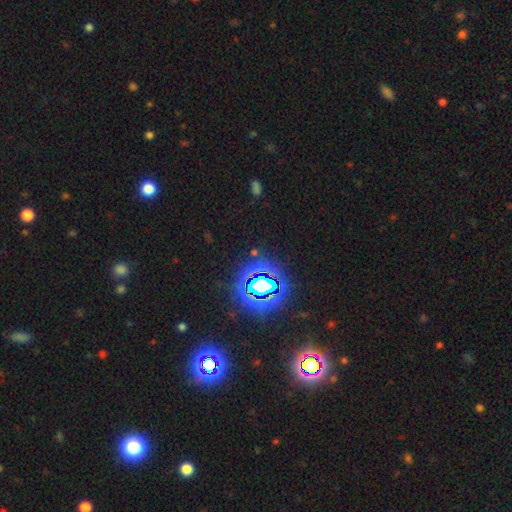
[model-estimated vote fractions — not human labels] This is likely a star or artifact rather than a galaxy (77%).